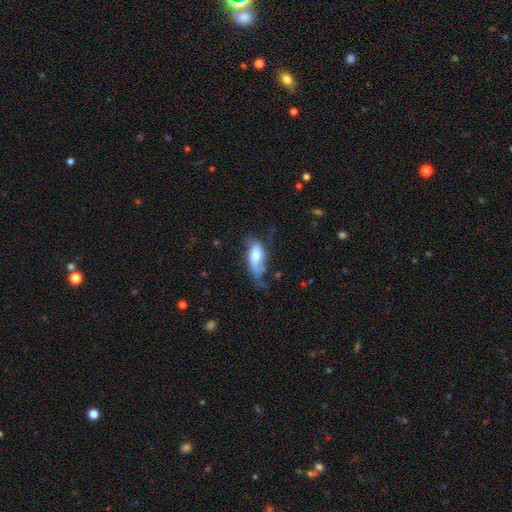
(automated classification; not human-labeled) Morphology: type=smooth (61%); roundness=in between (80%); merging=minor disturbance (33%).